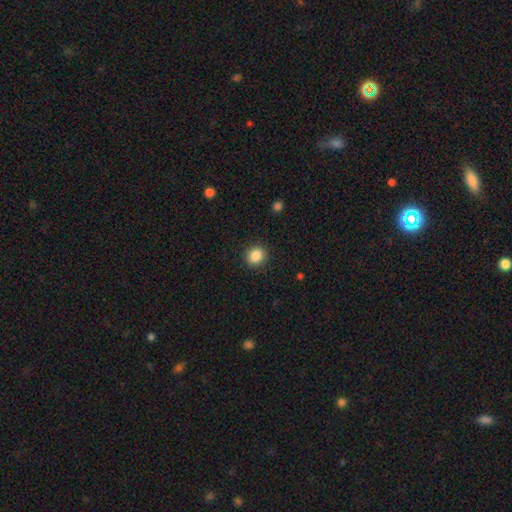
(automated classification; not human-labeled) Smooth or featured: smooth — 86% (star or artifact — 10%)
How rounded: round — 83% (in between — 16%)
Merging: none — 91% (minor disturbance — 6%)